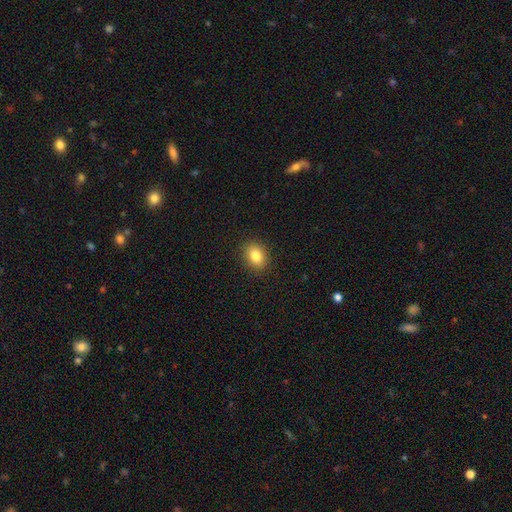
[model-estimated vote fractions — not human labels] The model was most divided on "how rounded": in between: 60%, round: 38%, cigar-shaped: 1%. More confident: merging — none (90%); smooth or featured — smooth (84%).